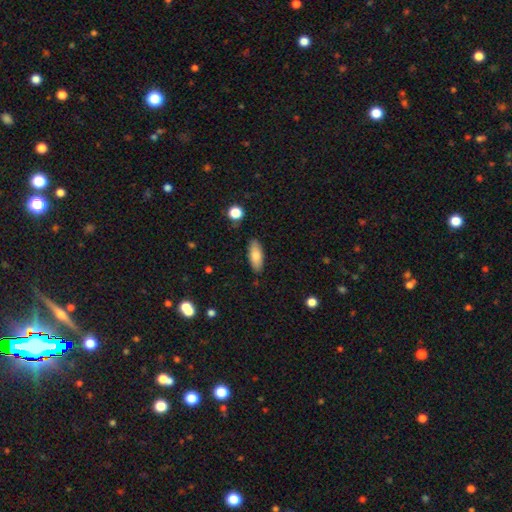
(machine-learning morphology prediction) This appears to be a smooth galaxy with no disk features (79%) that is in between round and cigar-shaped (77%). Merging: none (86%).